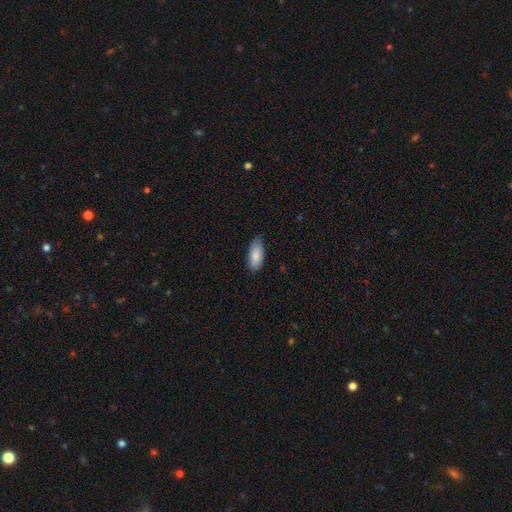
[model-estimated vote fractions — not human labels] Smooth or featured? smooth (85%)
How rounded? in between (87%)
Merging? none (79%)